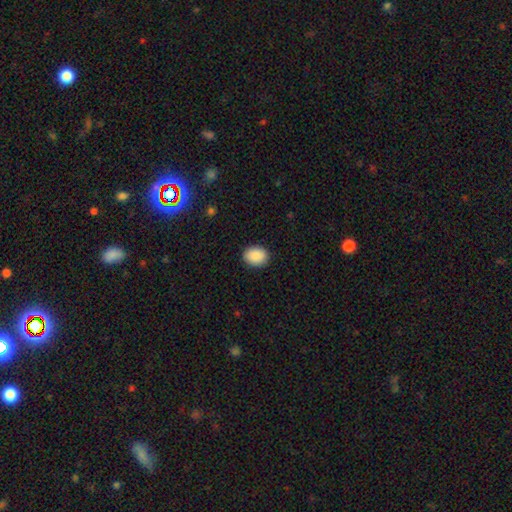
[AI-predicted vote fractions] Smooth or featured? Predicted: smooth (p=0.90). How rounded? Predicted: in between (p=0.58). Merging? Predicted: none (p=0.90).